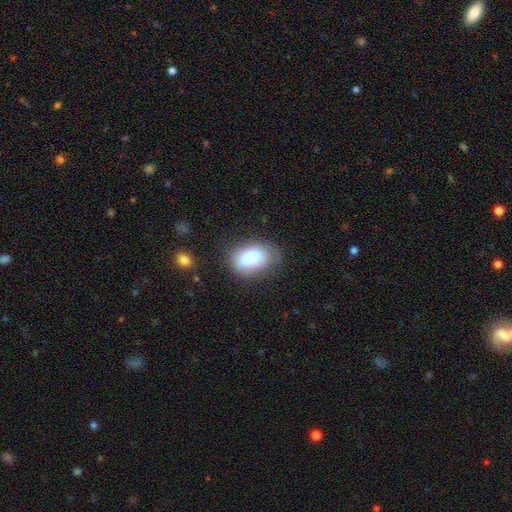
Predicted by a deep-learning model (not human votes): Smooth or featured? smooth (78%)
How rounded? in between (85%)
Merging? none (62%)